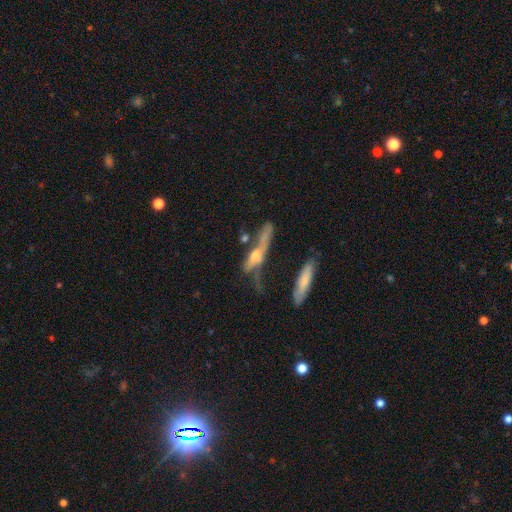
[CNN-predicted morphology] Smooth or featured: featured or disk — 59% (smooth — 31%)
Edge-on disk: yes — 71% (no — 29%)
Merging: none — 35% (major disturbance — 24%)